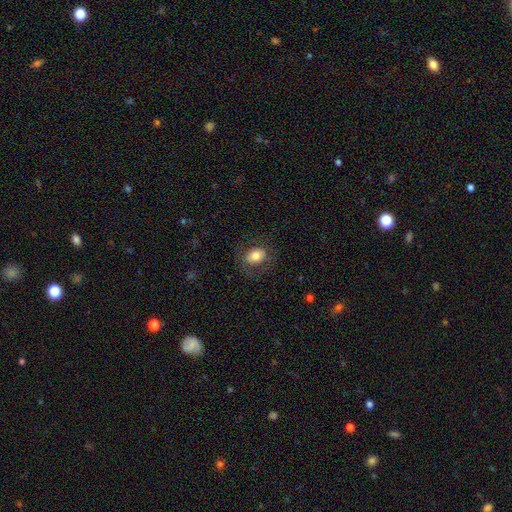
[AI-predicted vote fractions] Smooth or featured? Predicted: smooth (p=0.74). How rounded? Predicted: in between (p=0.69). Merging? Predicted: none (p=0.75).